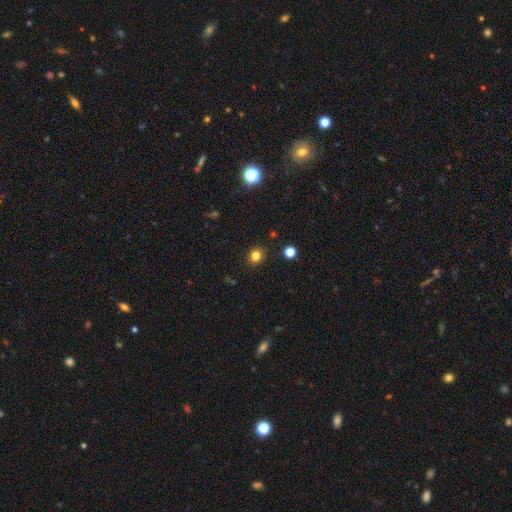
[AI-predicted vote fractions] smooth_or_featured: smooth (p=0.81) [alt: star or artifact p=0.14]
how_rounded: round (p=0.83) [alt: in between p=0.16]
merging: none (p=0.90) [alt: minor disturbance p=0.07]